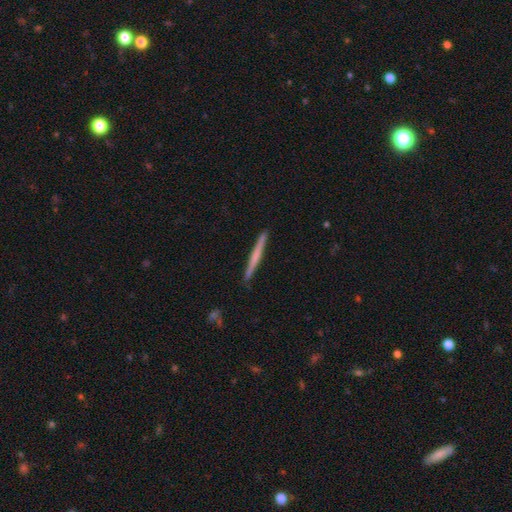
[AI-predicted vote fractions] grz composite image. It shows a smooth galaxy with no disk features (50%). Merging: none (91%).